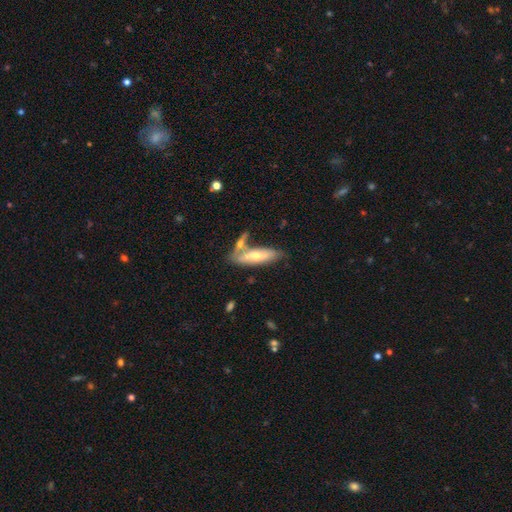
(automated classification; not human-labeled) Smooth or featured? Predicted: smooth (p=0.54). How rounded? Predicted: cigar-shaped (p=0.54). Merging? Predicted: none (p=0.46).